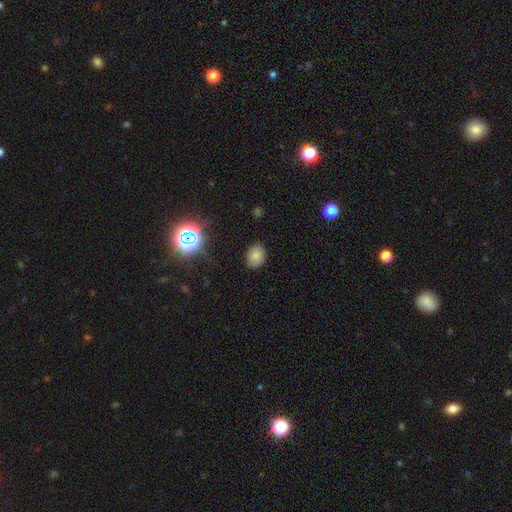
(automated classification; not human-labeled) Smooth or featured? smooth (78%)
How rounded? in between (59%)
Merging? none (86%)